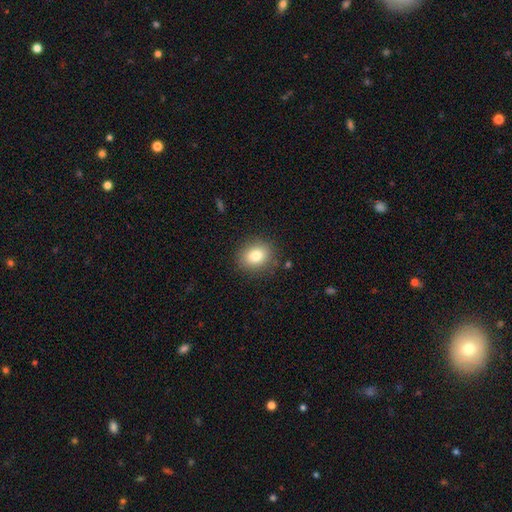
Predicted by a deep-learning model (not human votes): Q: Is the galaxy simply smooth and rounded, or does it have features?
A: smooth — 82%.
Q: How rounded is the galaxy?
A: round — 60%.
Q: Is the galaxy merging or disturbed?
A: none — 87%.